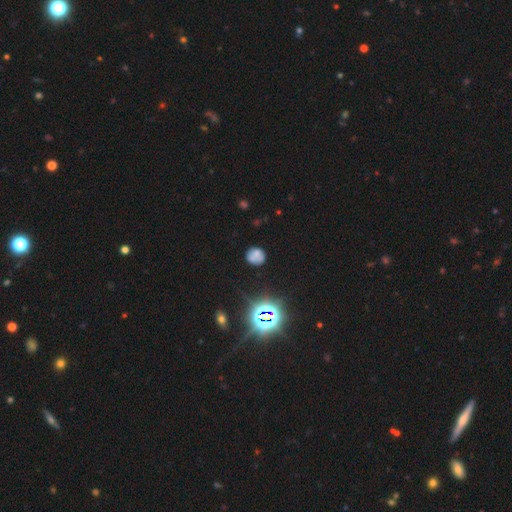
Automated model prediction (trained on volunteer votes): A smooth galaxy with no disk features (59%) that is round (77%). Merging: none (62%).